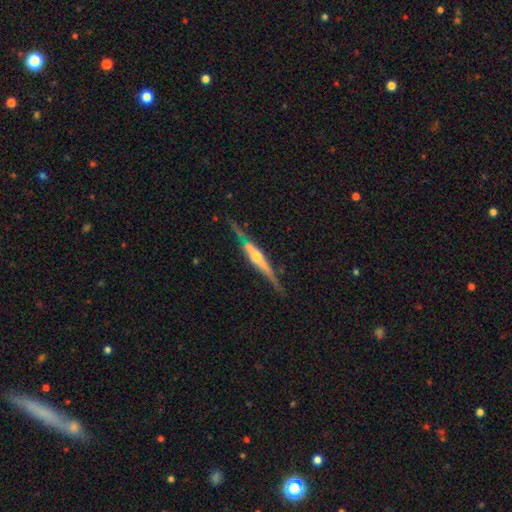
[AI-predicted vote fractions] Smooth or featured: featured or disk — 80% (smooth — 14%)
Edge-on disk: yes — 96% (no — 4%)
Edge-on bulge: rounded — 77% (boxy — 13%)
Merging: none — 74% (minor disturbance — 19%)